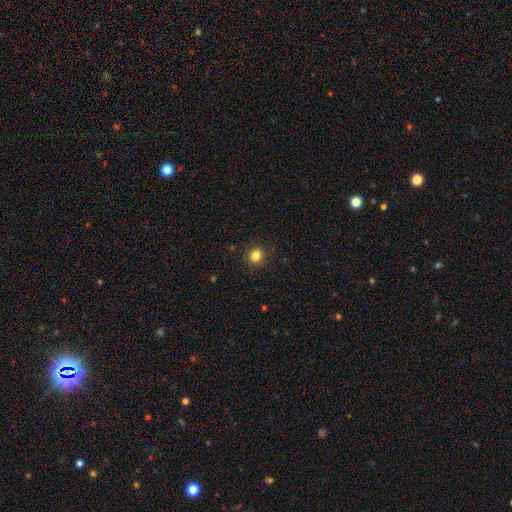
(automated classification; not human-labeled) This appears to be a smooth galaxy with no disk features (83%) that is round (85%). Merging: none (91%).